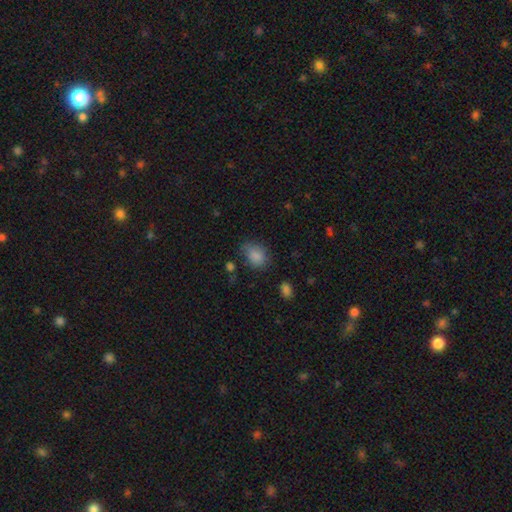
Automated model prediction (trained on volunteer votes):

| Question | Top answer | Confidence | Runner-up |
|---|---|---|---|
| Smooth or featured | smooth | 85% | star or artifact (10%) |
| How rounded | in between | 66% | round (33%) |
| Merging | none | 64% | minor disturbance (25%) |